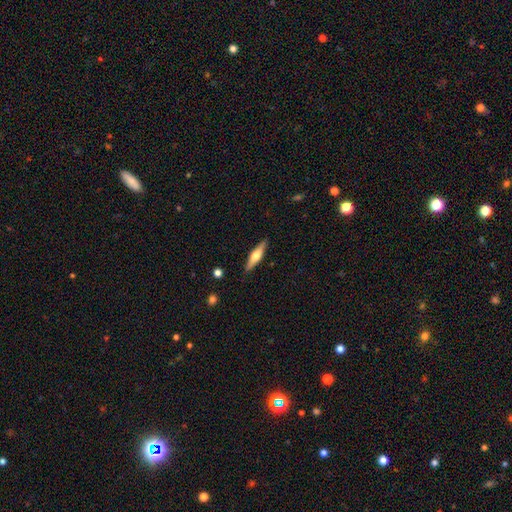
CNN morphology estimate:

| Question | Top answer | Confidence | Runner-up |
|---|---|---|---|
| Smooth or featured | featured or disk | 51% | smooth (43%) |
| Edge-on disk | yes | 94% | no (6%) |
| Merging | none | 88% | minor disturbance (9%) |